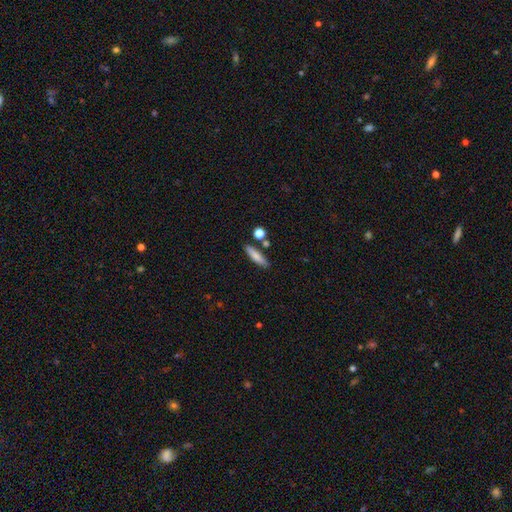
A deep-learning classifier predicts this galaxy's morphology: Smooth or featured? smooth (80%)
How rounded? cigar-shaped (70%)
Merging? none (81%)